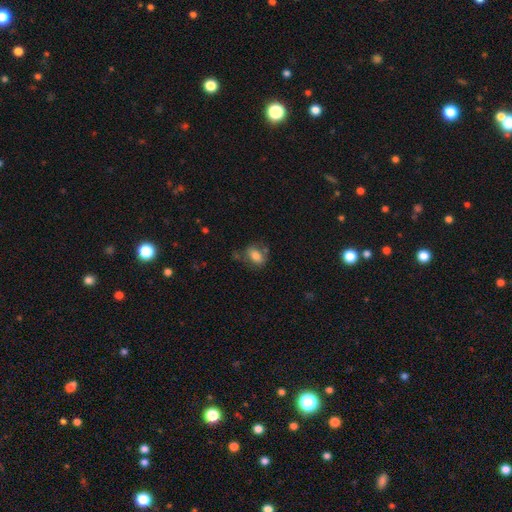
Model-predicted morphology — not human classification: A smooth galaxy with no disk features (76%) that is in between round and cigar-shaped (82%). Merging: none (60%).